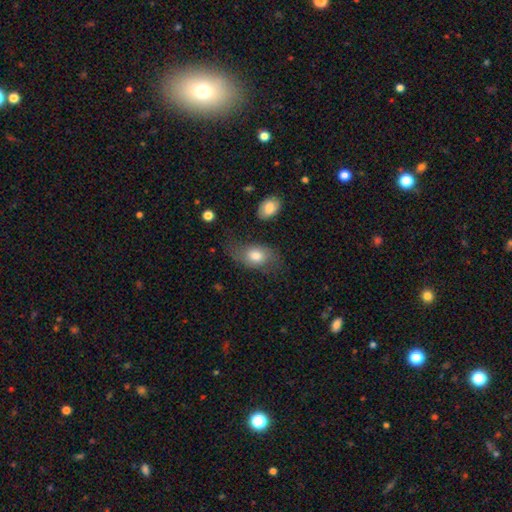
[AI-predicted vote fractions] A smooth galaxy with no disk features (70%) that is in between round and cigar-shaped (82%). Merging: none (53%).